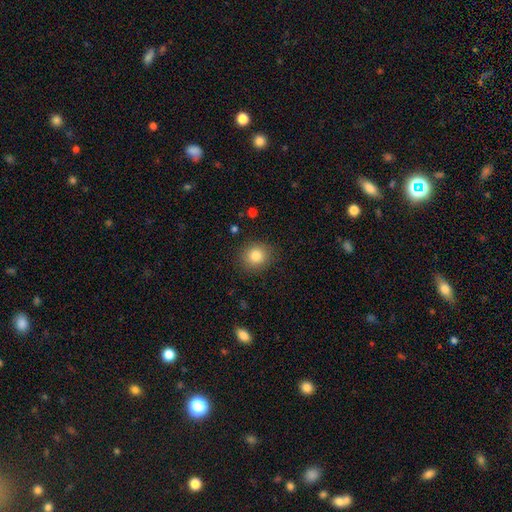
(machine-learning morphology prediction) Q: Smooth or featured?
A: smooth (83%); runner-up: star or artifact (10%)
Q: How rounded?
A: round (82%); runner-up: in between (17%)
Q: Merging?
A: none (87%); runner-up: minor disturbance (9%)